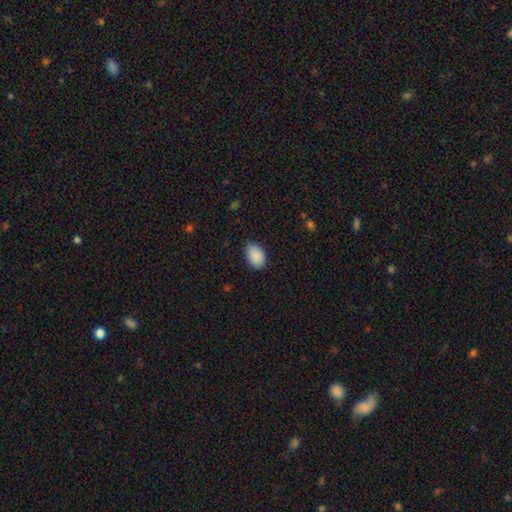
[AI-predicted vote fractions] Smooth or featured: smooth — 90% (star or artifact — 7%)
How rounded: in between — 86% (round — 13%)
Merging: none — 78% (minor disturbance — 18%)